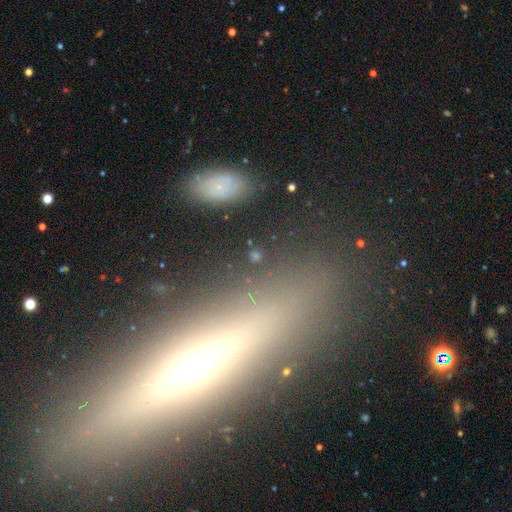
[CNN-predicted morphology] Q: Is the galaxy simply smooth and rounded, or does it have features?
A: smooth — 46%.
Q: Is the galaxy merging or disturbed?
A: none — 77%.